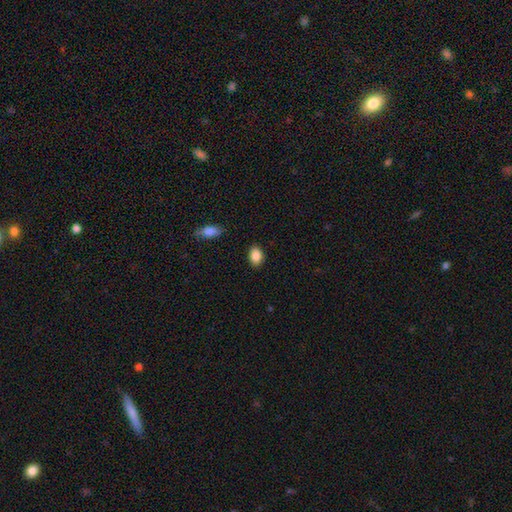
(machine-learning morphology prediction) Smooth or featured? Predicted: smooth (p=0.88). How rounded? Predicted: in between (p=0.81). Merging? Predicted: none (p=0.88).